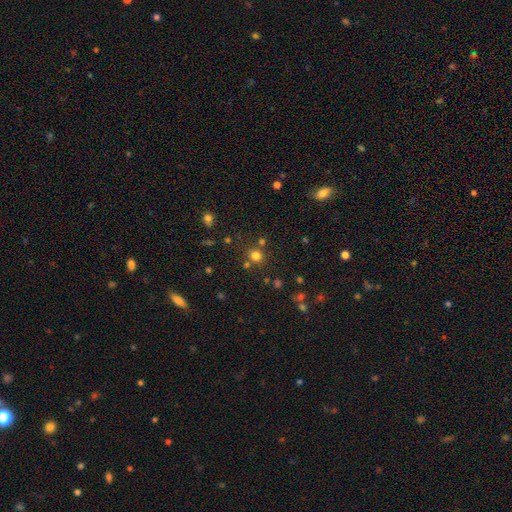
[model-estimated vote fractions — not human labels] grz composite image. It shows a smooth galaxy with no disk features (74%) that is round (90%). Merging: none (77%).